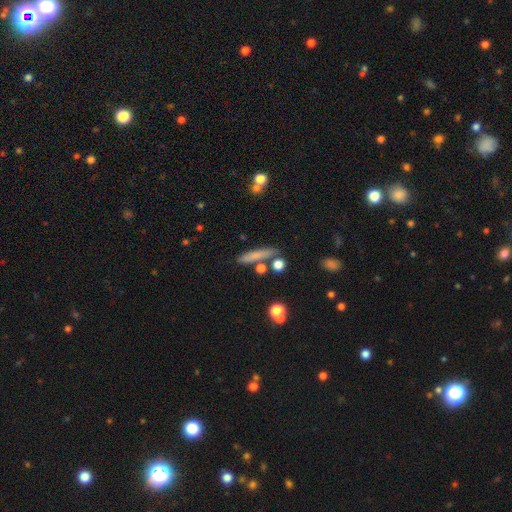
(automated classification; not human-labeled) smooth_or_featured: smooth (p=0.71) [alt: featured or disk p=0.20]
how_rounded: cigar-shaped (p=0.86) [alt: in between p=0.10]
merging: none (p=0.77) [alt: minor disturbance p=0.12]